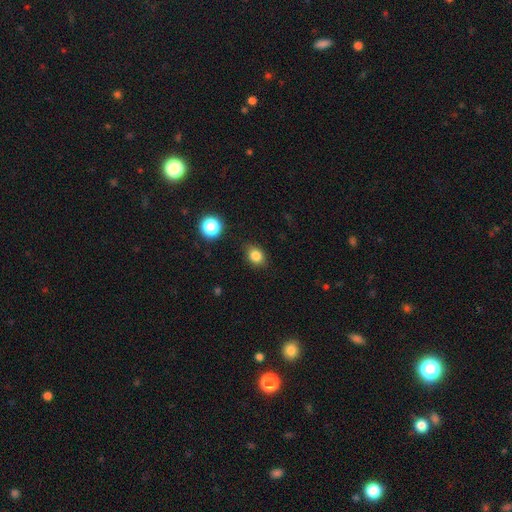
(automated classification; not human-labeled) A smooth galaxy with no disk features (82%) that is in between round and cigar-shaped (61%).

Vote fractions:
- Smooth or featured? smooth: 82% / star or artifact: 12% / featured or disk: 6%
- How rounded? in between: 61% / round: 38% / cigar-shaped: 1%
- Merging? none: 84% / minor disturbance: 11% / major disturbance: 3% / merger: 2%